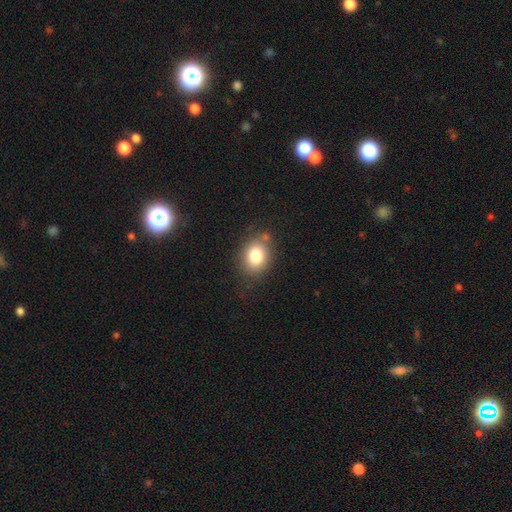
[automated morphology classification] Overall: smooth (81%). How rounded: in between (59%; round 40%). Merging: none (75%).